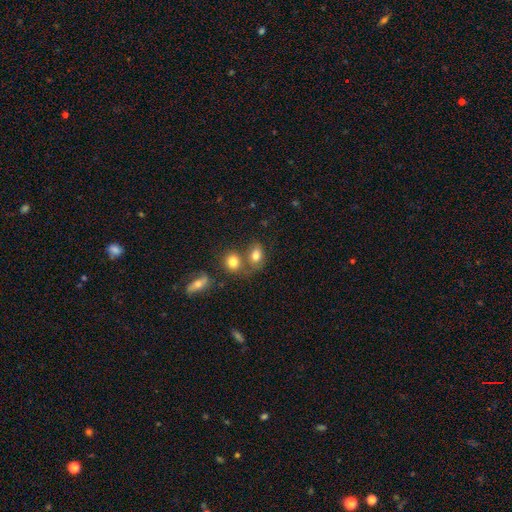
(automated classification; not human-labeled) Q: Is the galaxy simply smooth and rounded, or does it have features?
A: smooth — 78%.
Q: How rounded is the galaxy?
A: in between — 71%.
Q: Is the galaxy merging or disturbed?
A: none — 44%.